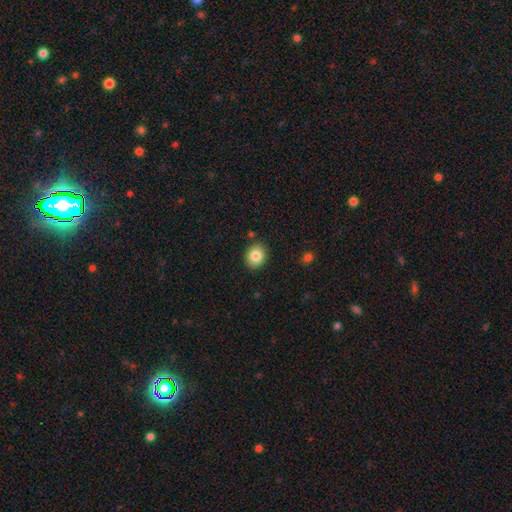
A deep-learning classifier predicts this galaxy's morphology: This appears to be a smooth galaxy with no disk features (83%) that is round (63%). Merging: none (88%).